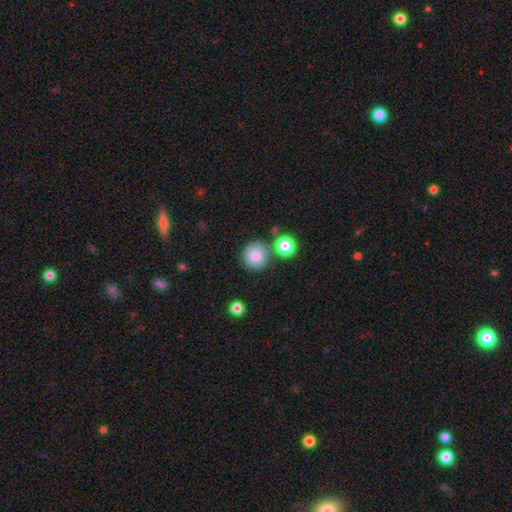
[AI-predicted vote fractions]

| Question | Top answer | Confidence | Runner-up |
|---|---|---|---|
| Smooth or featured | smooth | 80% | featured or disk (10%) |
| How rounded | round | 93% | in between (6%) |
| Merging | none | 74% | merger (12%) |